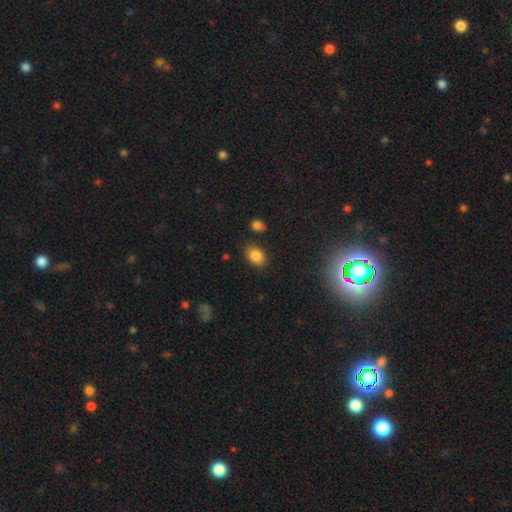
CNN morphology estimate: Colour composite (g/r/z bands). It shows a smooth galaxy with no disk features (85%) that is in between round and cigar-shaped (79%). Merging: none (81%).